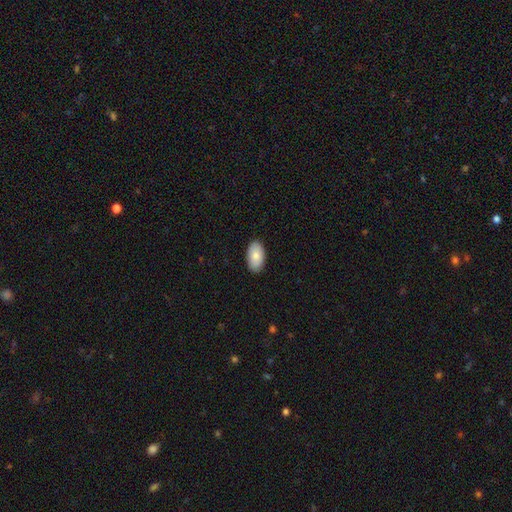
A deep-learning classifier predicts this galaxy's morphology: This appears to be a smooth galaxy with no disk features (85%) that is in between round and cigar-shaped (95%). Merging: none (90%).